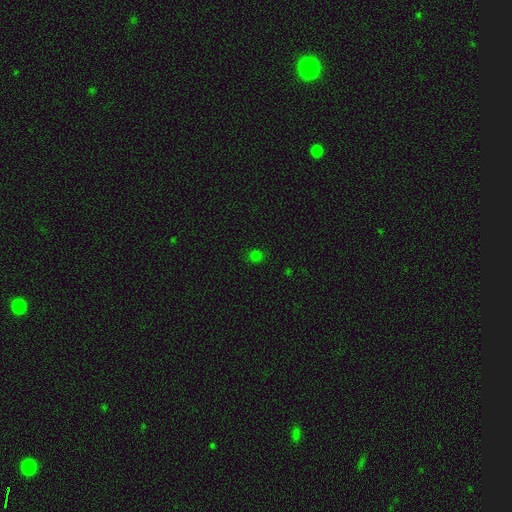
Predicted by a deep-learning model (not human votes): Q: Smooth or featured?
A: smooth (75%); runner-up: star or artifact (21%)
Q: How rounded?
A: round (87%); runner-up: in between (12%)
Q: Merging?
A: none (89%); runner-up: minor disturbance (7%)